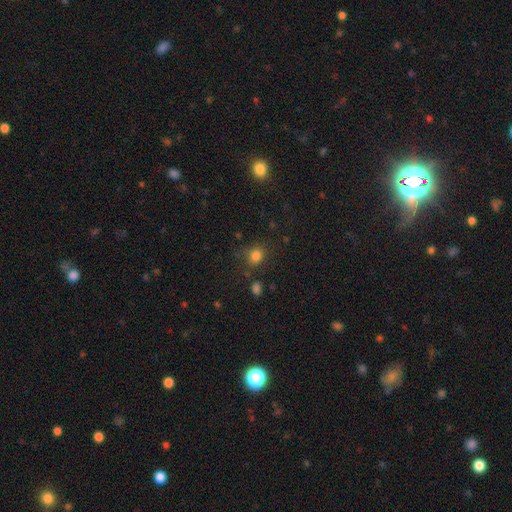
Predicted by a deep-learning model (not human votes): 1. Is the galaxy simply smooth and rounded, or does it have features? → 80% smooth, 14% star or artifact, 5% featured or disk.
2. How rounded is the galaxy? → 68% round, 31% in between, 1% cigar-shaped.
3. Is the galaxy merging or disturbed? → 75% none, 15% minor disturbance, 6% major disturbance, 4% merger.